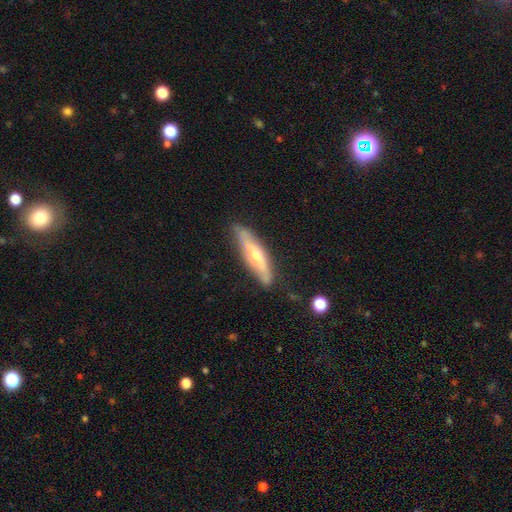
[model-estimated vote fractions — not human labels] This appears to be a featured or disk galaxy (52%) viewed edge-on (73%). Merging: none (77%).